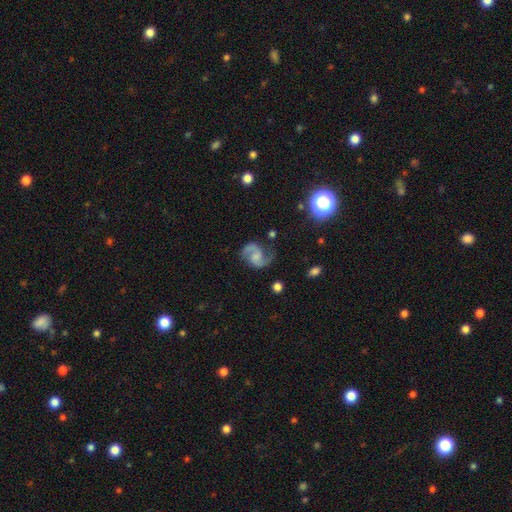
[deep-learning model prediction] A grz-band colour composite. It shows a featured or disk galaxy (88%) with no bar (53%), 2 (93%) medium (55%) spiral arms (97%) and no central bulge (41%). Merging: none (75%).